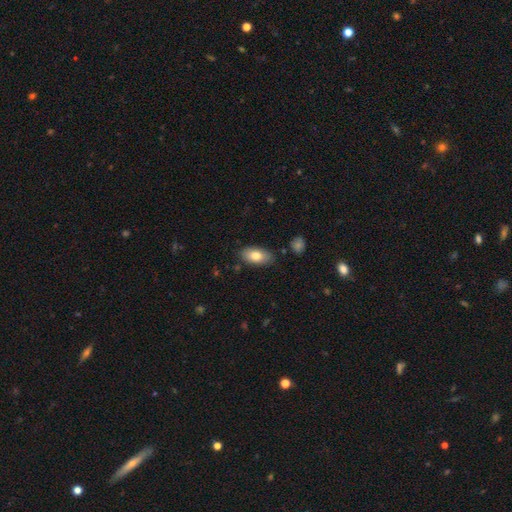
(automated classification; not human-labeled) Morphology: type=smooth (80%); roundness=in between (92%); merging=none (84%).